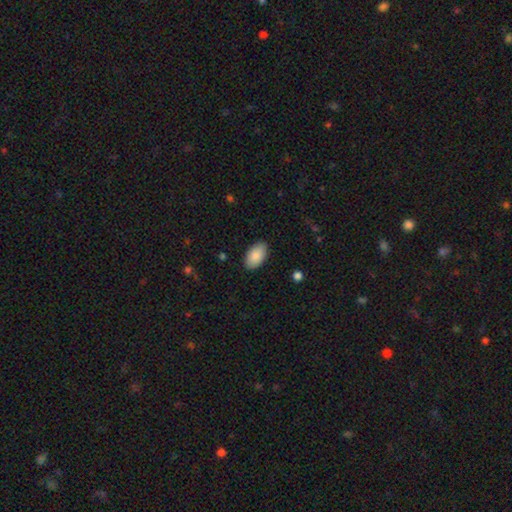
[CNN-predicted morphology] Smooth or featured?
  - smooth: 88% *
  - star or artifact: 6%
  - featured or disk: 6%
How rounded?
  - in between: 95% *
  - round: 3%
  - cigar-shaped: 2%
Merging?
  - none: 88% *
  - minor disturbance: 9%
  - major disturbance: 2%
  - merger: 1%